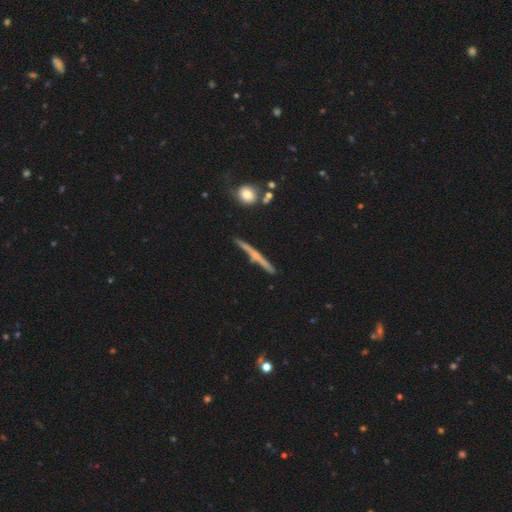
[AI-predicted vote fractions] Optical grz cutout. It shows a featured or disk galaxy (63%) viewed edge-on (97%) with no central bulge (51%). Merging: none (83%).